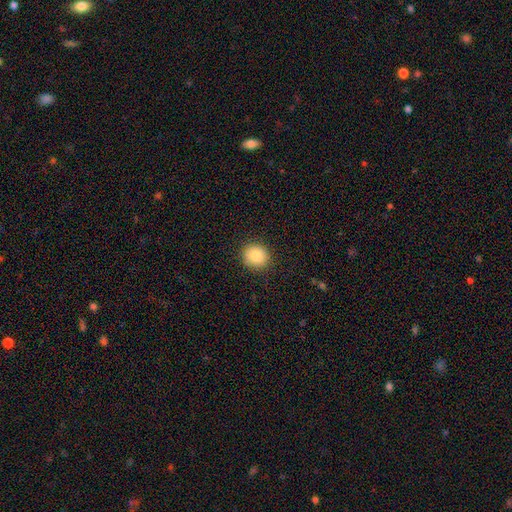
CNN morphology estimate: This appears to be a smooth galaxy with no disk features (86%) that is round (85%). Merging: none (89%).